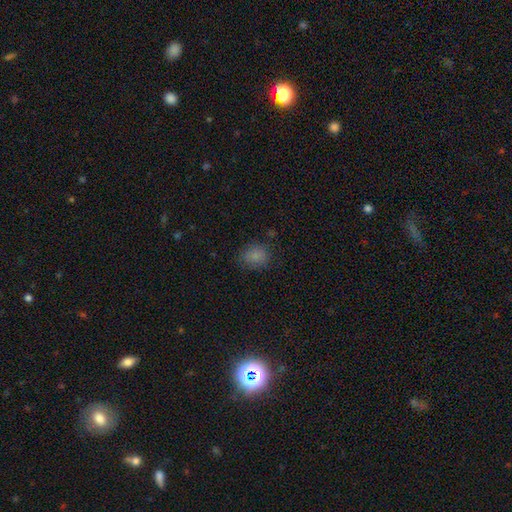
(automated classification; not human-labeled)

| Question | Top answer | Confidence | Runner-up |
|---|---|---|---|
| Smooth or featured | smooth | 82% | star or artifact (12%) |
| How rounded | round | 62% | in between (37%) |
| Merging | none | 76% | minor disturbance (17%) |